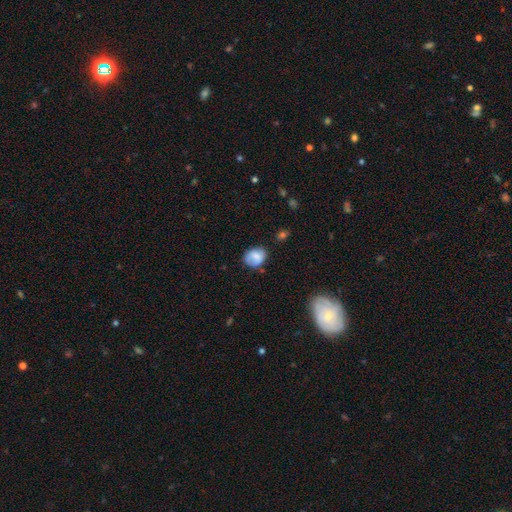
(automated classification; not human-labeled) A smooth galaxy with no disk features (75%) that is round (50%).

Vote fractions:
- Smooth or featured? smooth: 75% / featured or disk: 17% / star or artifact: 8%
- How rounded? round: 50% / in between: 49% / cigar-shaped: 1%
- Merging? none: 64% / minor disturbance: 26% / major disturbance: 7% / merger: 3%